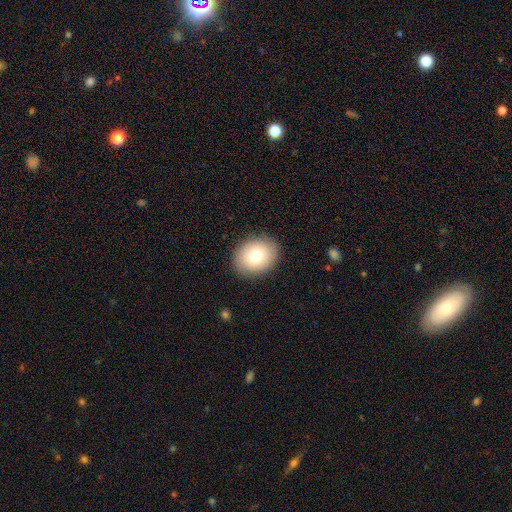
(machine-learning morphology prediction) This is likely a smooth galaxy (77%). How rounded: possibly in between (51%). Merging: clearly none (88%).